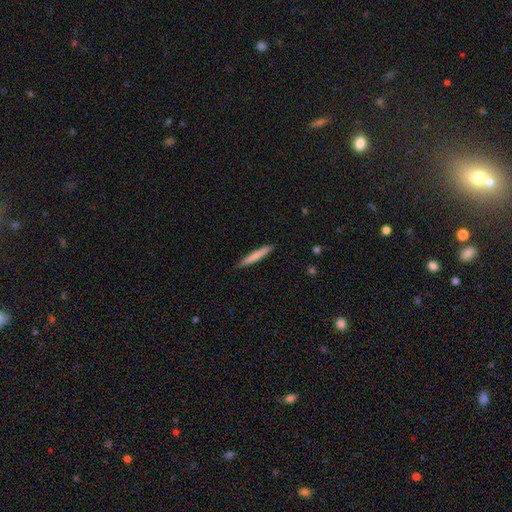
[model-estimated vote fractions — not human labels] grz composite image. It shows a smooth galaxy with no disk features (75%) that is cigar-shaped (95%). Merging: none (89%).